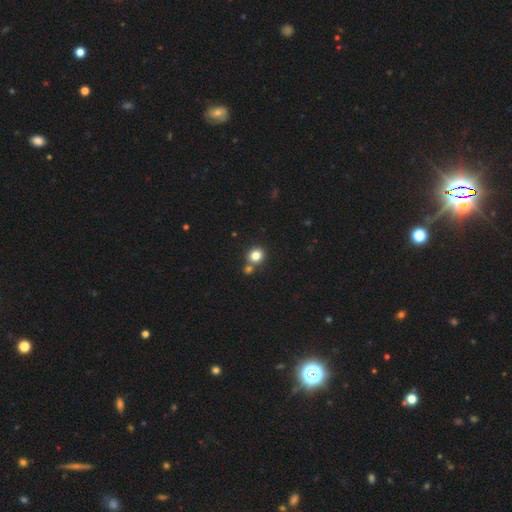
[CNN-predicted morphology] Smooth or featured?
  - smooth: 82% *
  - star or artifact: 12%
  - featured or disk: 6%
How rounded?
  - round: 84% *
  - in between: 15%
  - cigar-shaped: 1%
Merging?
  - none: 69% *
  - merger: 21%
  - minor disturbance: 8%
  - major disturbance: 2%